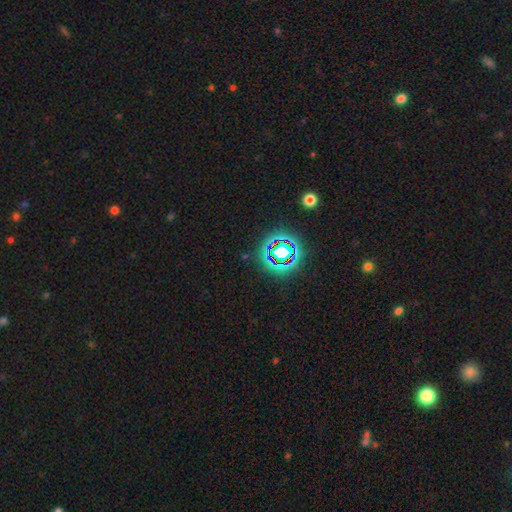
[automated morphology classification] Smooth or featured: star or artifact — 74% (smooth — 16%)